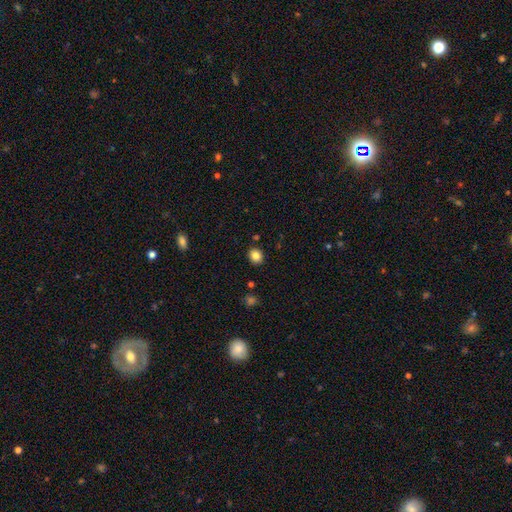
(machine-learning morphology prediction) A smooth galaxy with no disk features (83%) that is round (70%). Merging: none (88%).